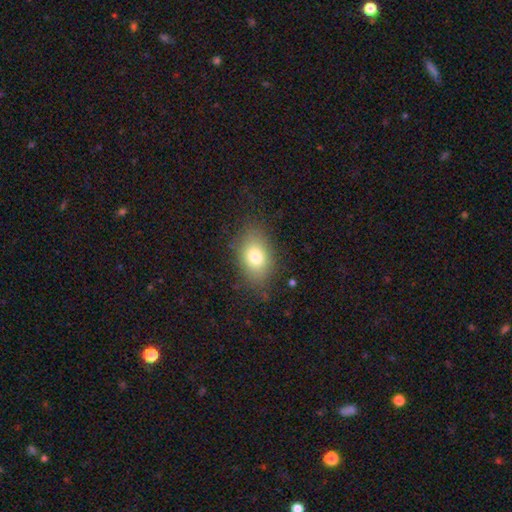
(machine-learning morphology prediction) Smooth or featured? smooth (74%)
How rounded? in between (81%)
Merging? none (86%)